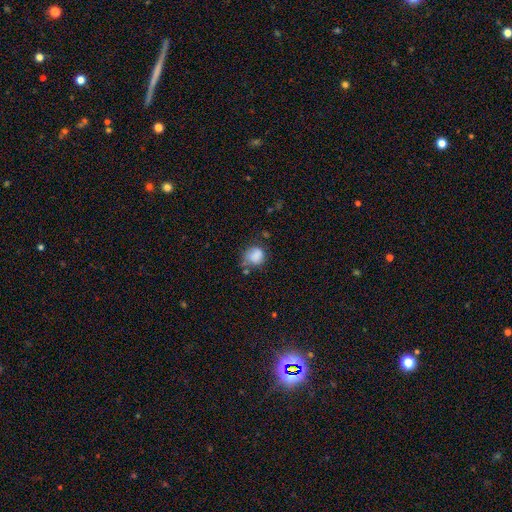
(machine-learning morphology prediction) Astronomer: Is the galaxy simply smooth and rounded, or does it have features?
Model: smooth — 83%.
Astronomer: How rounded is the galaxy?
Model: round — 72%.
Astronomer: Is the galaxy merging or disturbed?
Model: none — 51% (runner-up: minor disturbance, 29%).